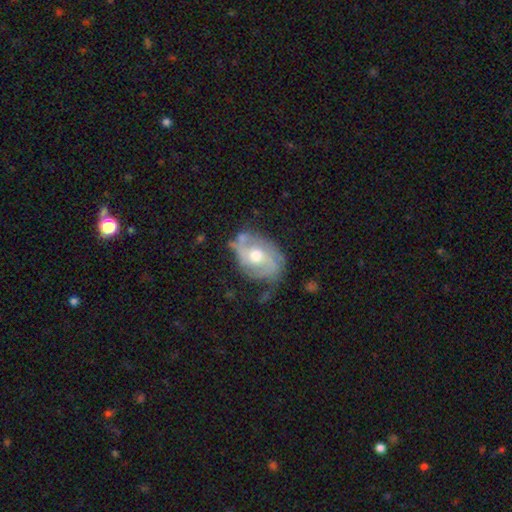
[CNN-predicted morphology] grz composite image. It shows a featured or disk galaxy (74%) with no bar (65%), 2 (58%) medium (43%) spiral arms (80%) and a moderate central bulge (72%). Merging: none (53%).